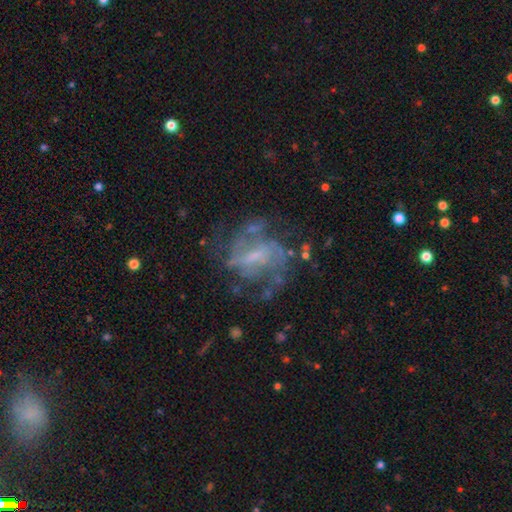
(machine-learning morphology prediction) Smooth or featured? featured or disk (78%)
Edge-on disk? no (97%)
Bar? weak (52%)
Spiral arms? yes (80%)
Spiral winding? medium (47%)
Spiral arm count? can't tell (36%)
Bulge size? small (43%)
Merging? none (56%)